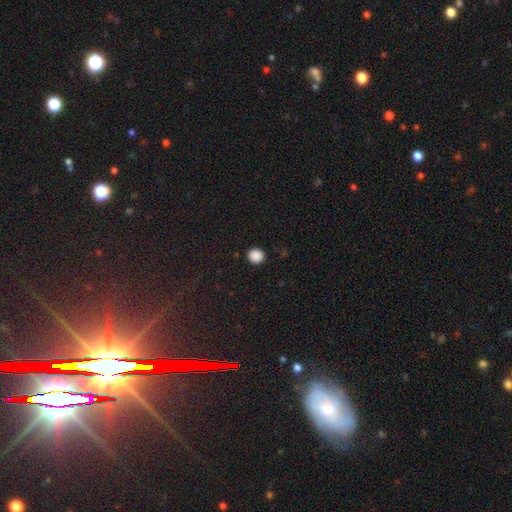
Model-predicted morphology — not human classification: This appears to be a smooth galaxy with no disk features (88%) that is round (87%). Merging: none (92%).